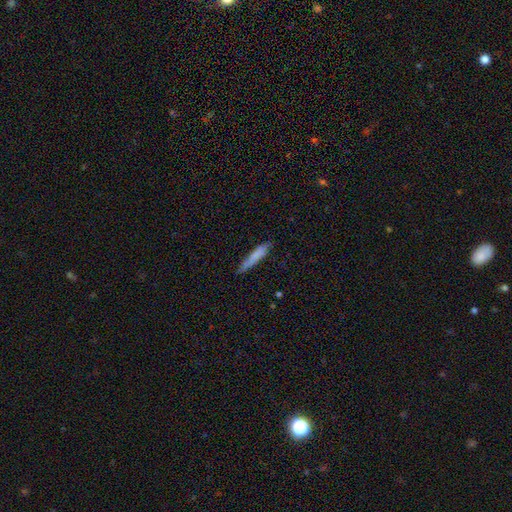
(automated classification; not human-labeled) Q: Smooth or featured?
A: smooth (71%); runner-up: featured or disk (22%)
Q: How rounded?
A: cigar-shaped (92%); runner-up: in between (7%)
Q: Merging?
A: none (74%); runner-up: minor disturbance (20%)